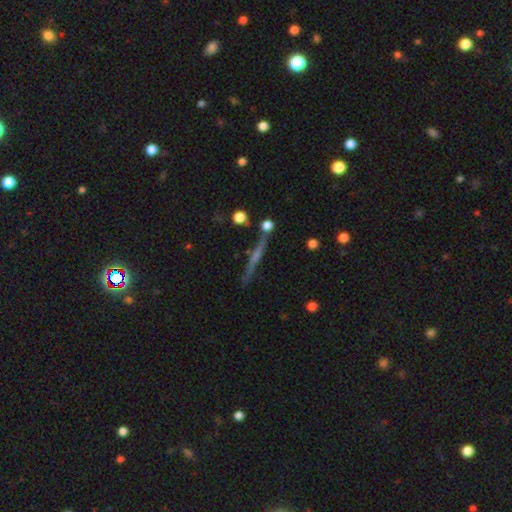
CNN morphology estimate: smooth-or-featured: featured or disk: 59% | smooth: 28% | star or artifact: 13%
  disk-edge-on: yes: 95% | no: 5%
    edge-on-bulge: none: 60% | rounded: 28% | boxy: 12%
  merging: none: 82% | minor disturbance: 10% | merger: 5% | major disturbance: 3%